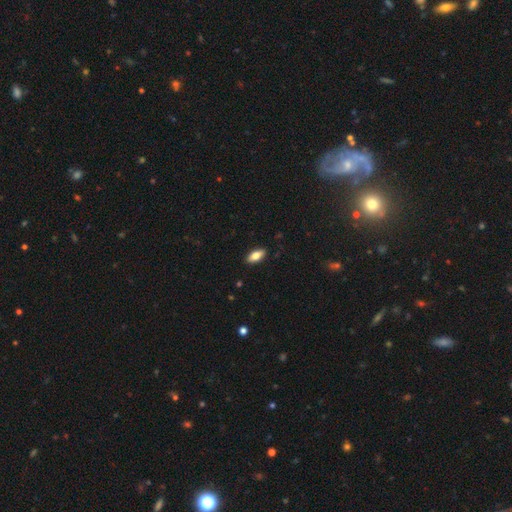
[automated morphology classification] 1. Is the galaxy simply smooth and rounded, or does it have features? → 78% smooth, 15% featured or disk, 7% star or artifact.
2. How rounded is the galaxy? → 87% in between, 11% cigar-shaped, 3% round.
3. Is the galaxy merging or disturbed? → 89% none, 8% minor disturbance, 2% major disturbance, 1% merger.